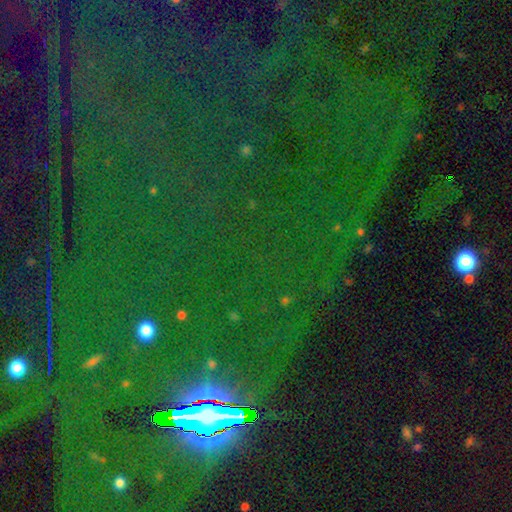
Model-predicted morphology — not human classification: This is clearly a star or artifact rather than a galaxy (84%).